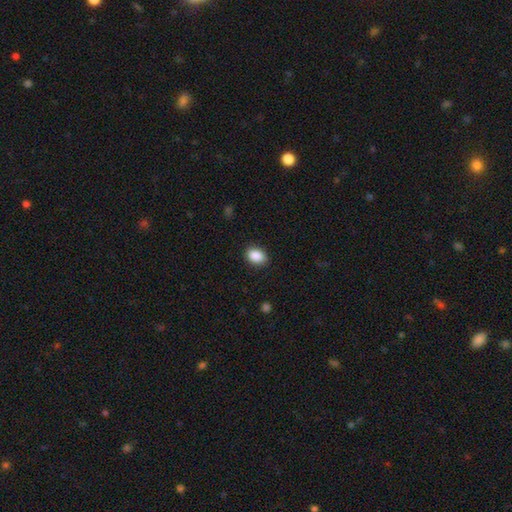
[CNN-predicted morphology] smooth-or-featured: smooth: 89% | star or artifact: 8% | featured or disk: 3%
  how-rounded: in between: 77% | round: 22% | cigar-shaped: 1%
  merging: none: 88% | minor disturbance: 9% | major disturbance: 2% | merger: 1%